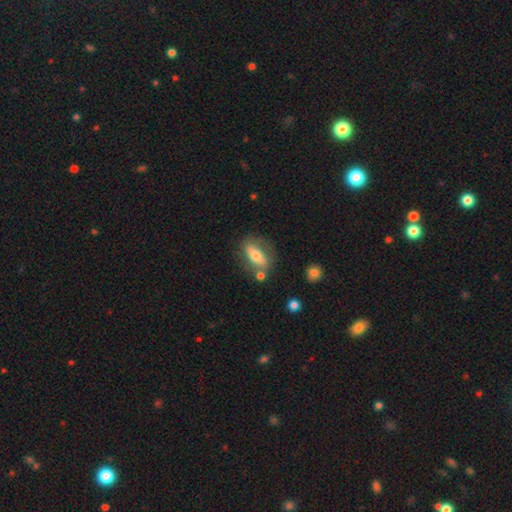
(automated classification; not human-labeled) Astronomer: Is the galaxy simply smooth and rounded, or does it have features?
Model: smooth — 55% (runner-up: featured or disk, 38%).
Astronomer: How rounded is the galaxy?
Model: in between — 73%.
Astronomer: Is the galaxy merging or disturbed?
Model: none — 64%.